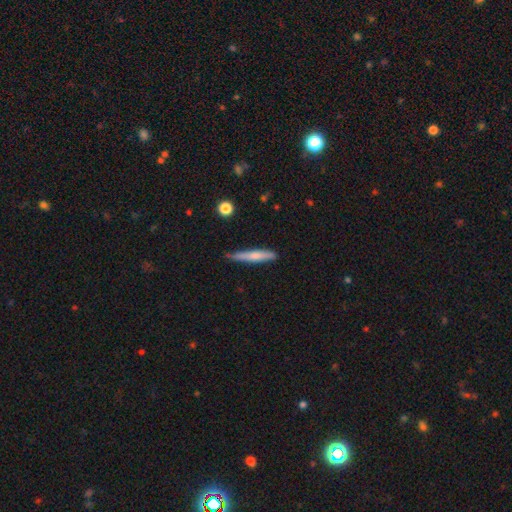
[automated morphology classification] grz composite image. It shows a smooth galaxy with no disk features (65%) that is cigar-shaped (93%). Merging: none (69%).